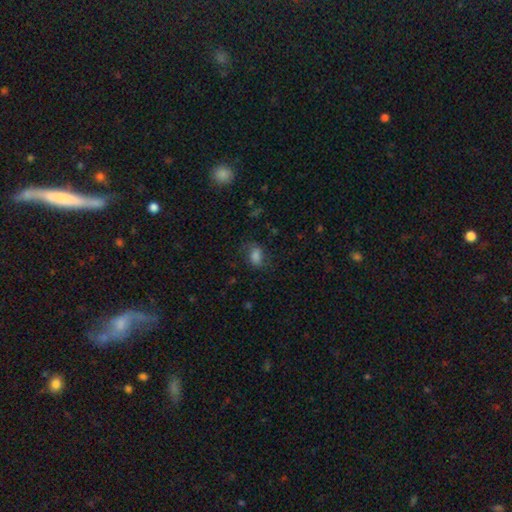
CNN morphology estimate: The model was most divided on "merging": none: 65%, minor disturbance: 22%, major disturbance: 12%, merger: 1%. More confident: how rounded — in between (80%); smooth or featured — smooth (75%).